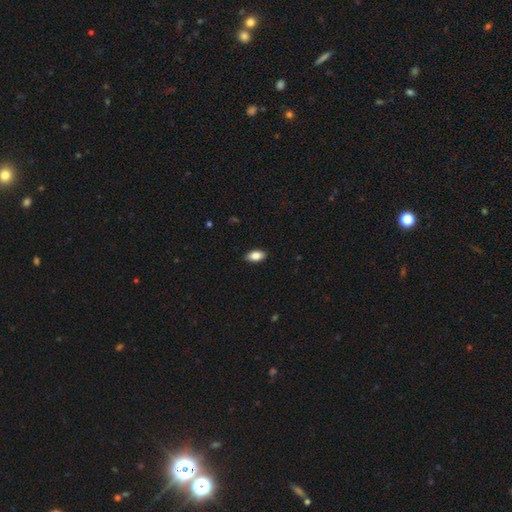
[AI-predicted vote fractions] This appears to be a smooth galaxy with no disk features (83%) that is in between round and cigar-shaped (91%). Merging: none (89%).